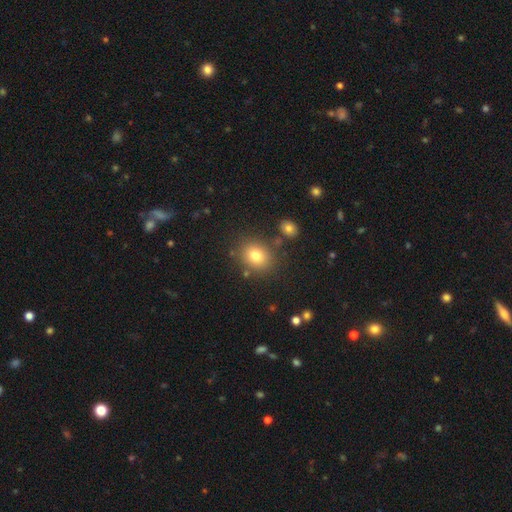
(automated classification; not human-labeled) Smooth or featured? smooth (78%)
How rounded? round (56%)
Merging? none (80%)